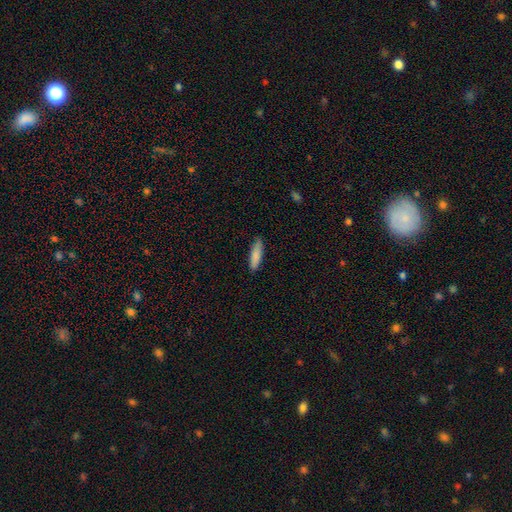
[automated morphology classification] A smooth galaxy with no disk features (84%) that is cigar-shaped (69%).

Vote fractions:
- Smooth or featured? smooth: 84% / featured or disk: 10% / star or artifact: 6%
- How rounded? cigar-shaped: 69% / in between: 29% / round: 1%
- Merging? none: 86% / minor disturbance: 11% / major disturbance: 2% / merger: 1%